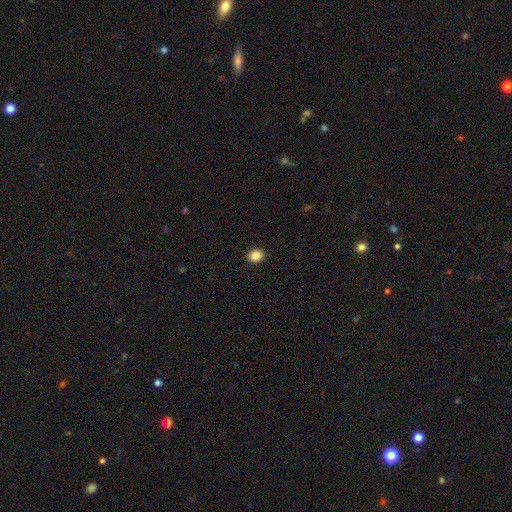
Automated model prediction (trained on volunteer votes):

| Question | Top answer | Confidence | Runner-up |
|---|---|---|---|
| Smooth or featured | smooth | 87% | star or artifact (10%) |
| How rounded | round | 66% | in between (34%) |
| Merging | none | 92% | minor disturbance (5%) |